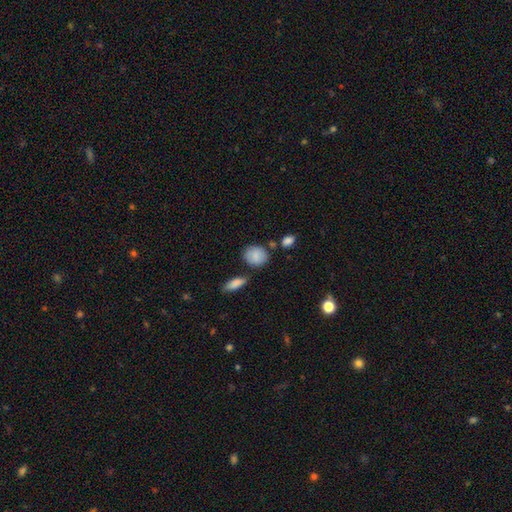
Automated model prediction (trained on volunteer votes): A smooth galaxy with no disk features (85%) that is round (60%). Merging: none (72%).